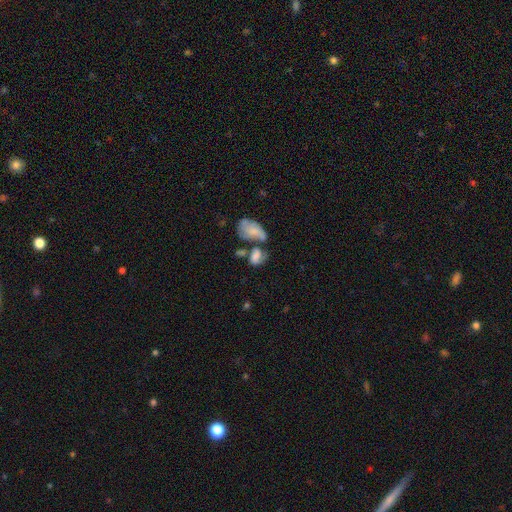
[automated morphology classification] This is possibly a smooth galaxy (59%). How rounded: clearly in between (85%). Merging: possibly merger (48%).